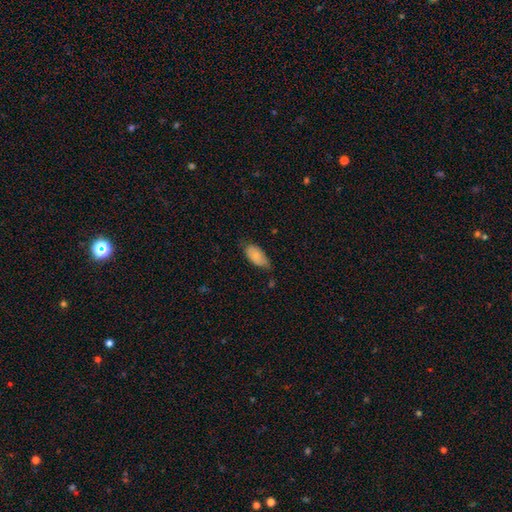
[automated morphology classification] A smooth galaxy with no disk features (81%) that is in between round and cigar-shaped (94%).

Vote fractions:
- Smooth or featured? smooth: 81% / featured or disk: 12% / star or artifact: 7%
- How rounded? in between: 94% / cigar-shaped: 4% / round: 3%
- Merging? none: 52% / minor disturbance: 39% / major disturbance: 7% / merger: 2%